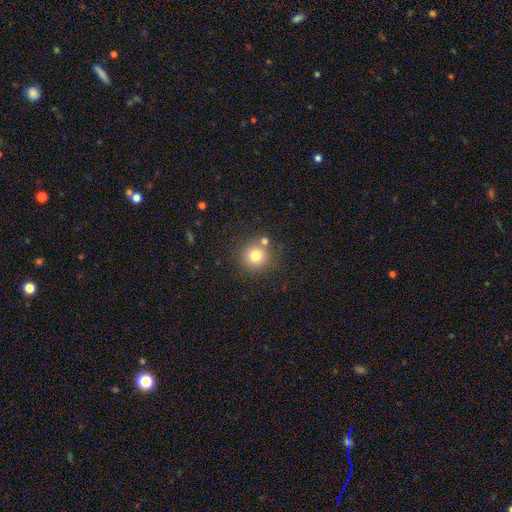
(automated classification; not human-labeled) smooth 77%, star or artifact 13%, featured or disk 10%. Down the decision tree: how rounded — round (93%); merging — none (75%).